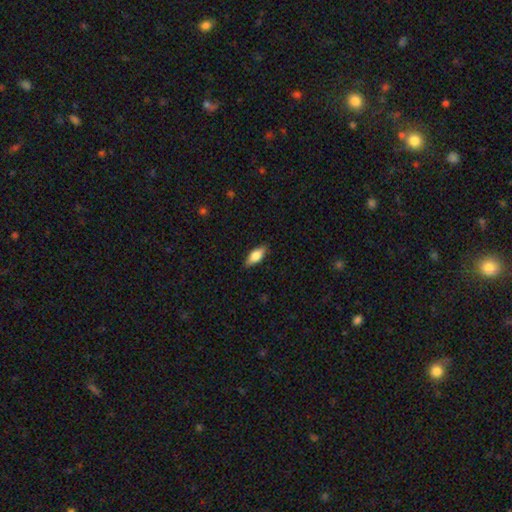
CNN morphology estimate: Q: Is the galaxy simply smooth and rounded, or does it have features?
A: smooth — 75%.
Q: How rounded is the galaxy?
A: in between — 81%.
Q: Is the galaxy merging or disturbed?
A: none — 87%.